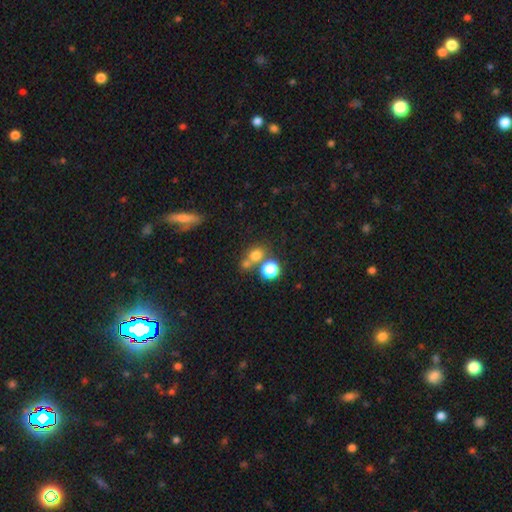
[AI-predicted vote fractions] Smooth or featured? Predicted: smooth (p=0.73). How rounded? Predicted: round (p=0.73). Merging? Predicted: none (p=0.52).